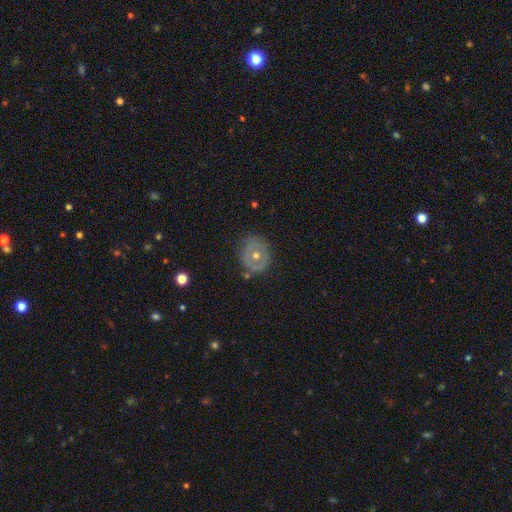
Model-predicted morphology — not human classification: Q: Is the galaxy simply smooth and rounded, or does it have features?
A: featured or disk — 54%.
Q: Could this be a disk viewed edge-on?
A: no — 95%.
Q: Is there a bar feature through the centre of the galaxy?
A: no — 87%.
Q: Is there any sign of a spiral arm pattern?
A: no — 83%.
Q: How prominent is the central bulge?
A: moderate — 68%.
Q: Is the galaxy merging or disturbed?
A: none — 79%.